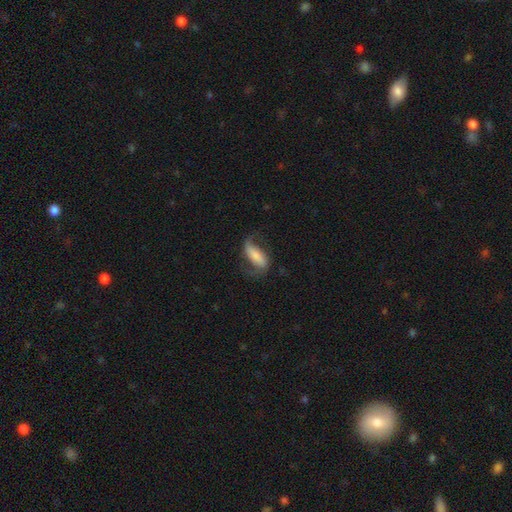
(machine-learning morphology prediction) A featured or disk galaxy (66%) with a strong bar (49%), 2 (87%) loose (62%) spiral arms (91%) and a small central bulge (31%). Merging: none (64%).